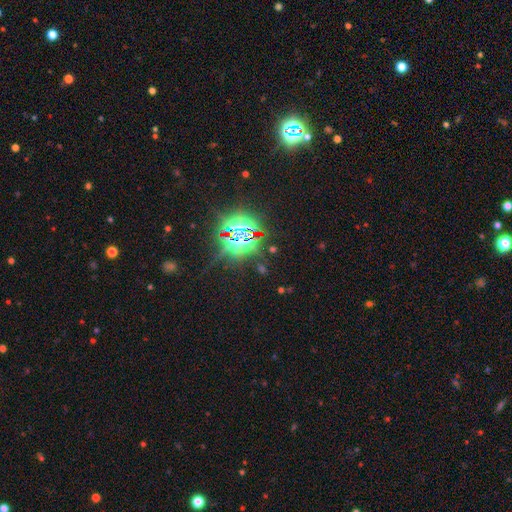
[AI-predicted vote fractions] Smooth or featured? star or artifact (85%)